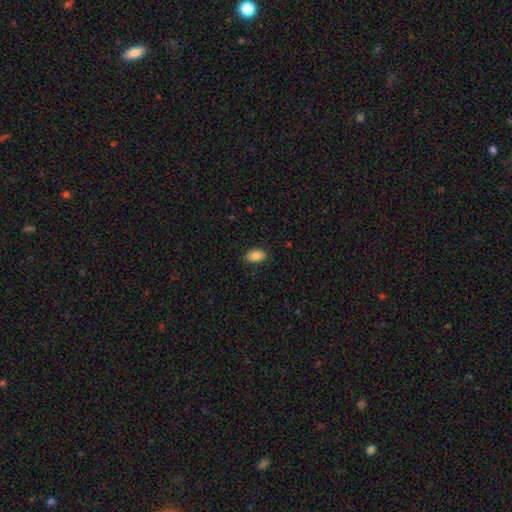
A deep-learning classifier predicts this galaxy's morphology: type=smooth (87%); roundness=in between (92%); merging=none (88%).